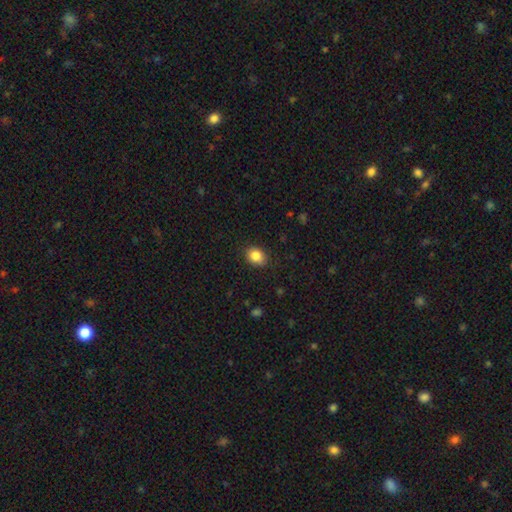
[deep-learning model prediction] Morphology: type=smooth (86%); roundness=in between (53%); merging=none (84%).